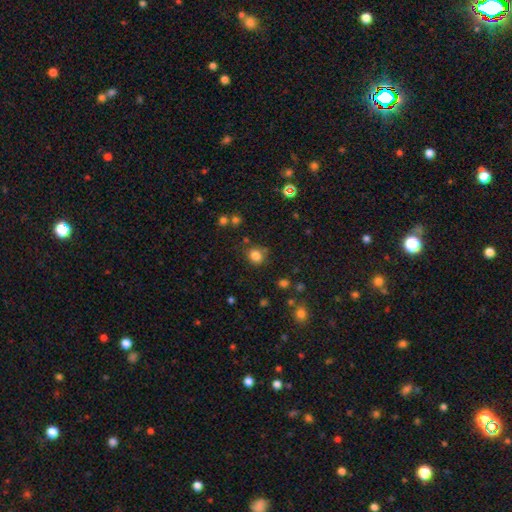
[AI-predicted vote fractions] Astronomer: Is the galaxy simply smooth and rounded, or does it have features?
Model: smooth — 82%.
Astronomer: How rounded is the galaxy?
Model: round — 76%.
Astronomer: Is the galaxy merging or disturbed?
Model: none — 74%.